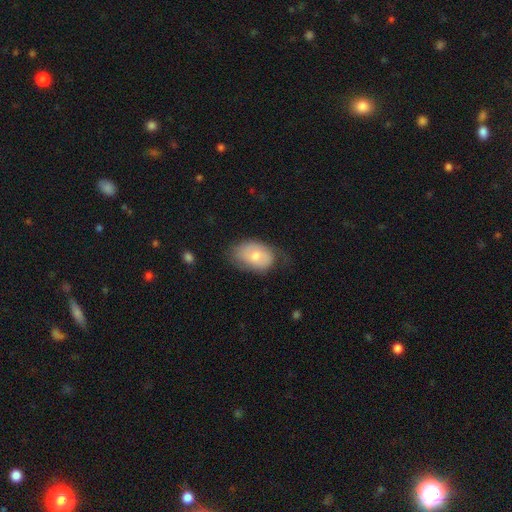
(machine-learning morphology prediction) Smooth or featured?
  - smooth: 66% *
  - featured or disk: 27%
  - star or artifact: 6%
How rounded?
  - in between: 86% *
  - round: 12%
  - cigar-shaped: 1%
Merging?
  - none: 54% *
  - minor disturbance: 31%
  - major disturbance: 13%
  - merger: 2%